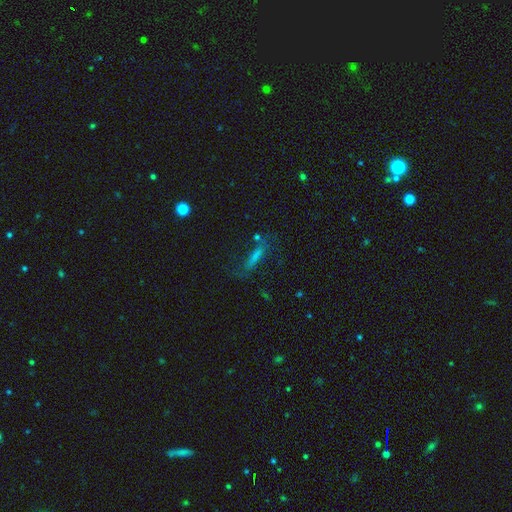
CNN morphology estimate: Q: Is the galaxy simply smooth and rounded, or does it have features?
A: smooth — 48%.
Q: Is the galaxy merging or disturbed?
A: none — 62%.